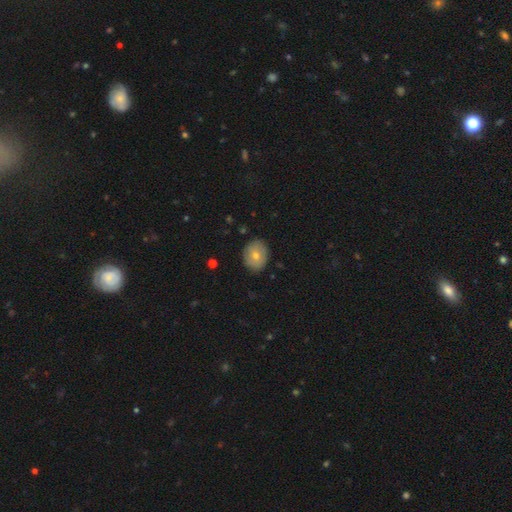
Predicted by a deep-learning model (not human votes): A smooth galaxy with no disk features (70%) that is round (52%). Merging: none (86%).